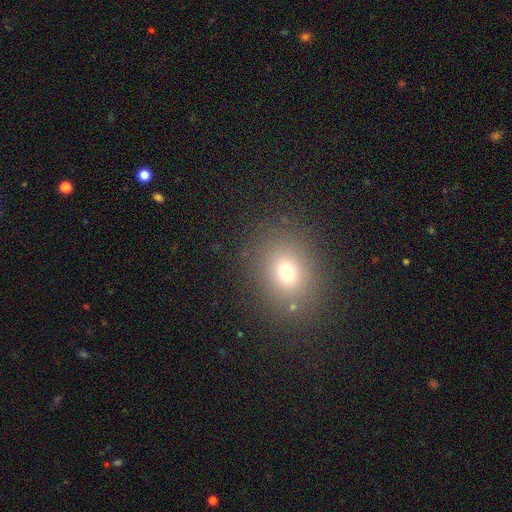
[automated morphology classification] A smooth galaxy with no disk features (68%) that is round (56%).

Vote fractions:
- Smooth or featured? smooth: 68% / star or artifact: 23% / featured or disk: 9%
- How rounded? round: 56% / in between: 43% / cigar-shaped: 1%
- Merging? none: 87% / minor disturbance: 8% / major disturbance: 3% / merger: 2%